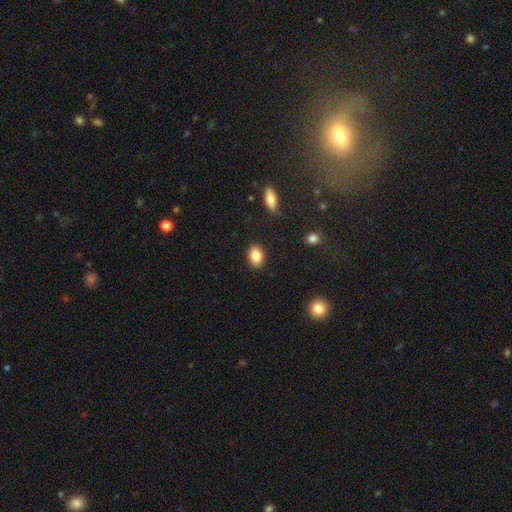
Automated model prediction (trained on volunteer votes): Smooth or featured: smooth — 85% (star or artifact — 8%)
How rounded: in between — 80% (round — 19%)
Merging: none — 87% (minor disturbance — 9%)